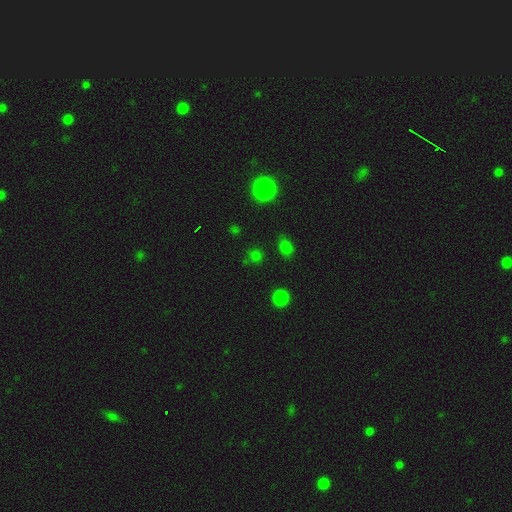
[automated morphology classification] smooth_or_featured: smooth (p=0.66) [alt: star or artifact p=0.29]
how_rounded: round (p=0.88) [alt: in between p=0.11]
merging: none (p=0.83) [alt: minor disturbance p=0.09]